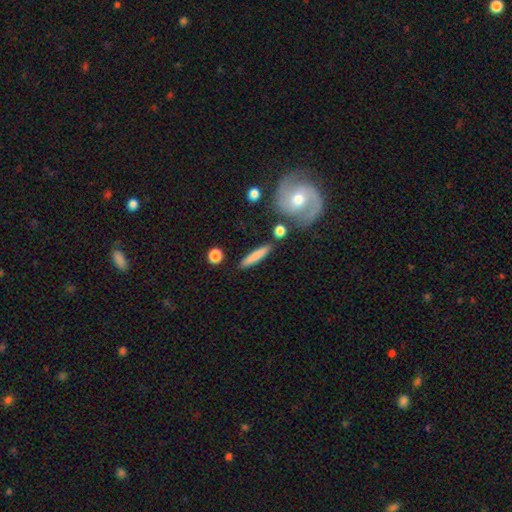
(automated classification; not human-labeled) The model was most divided on "smooth or featured": smooth: 73%, featured or disk: 21%, star or artifact: 6%. More confident: how rounded — cigar-shaped (87%); merging — none (84%).